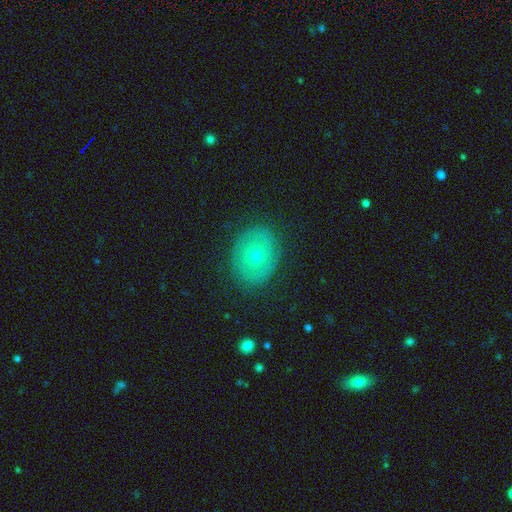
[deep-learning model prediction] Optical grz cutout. It shows a smooth galaxy with no disk features (52%) that is in between round and cigar-shaped (50%). Merging: none (85%).